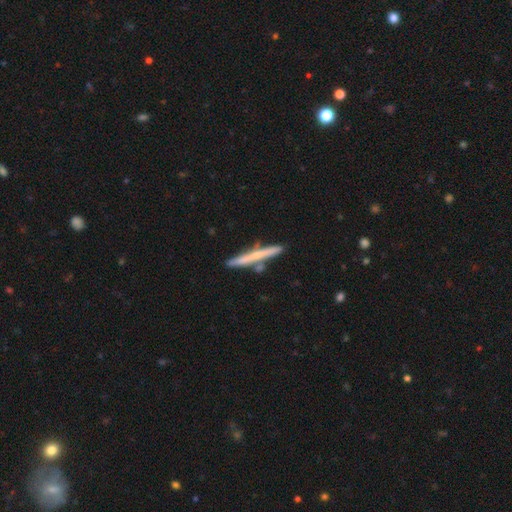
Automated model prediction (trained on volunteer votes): Overall: featured or disk (50%; smooth 44%). Merging: none (80%).